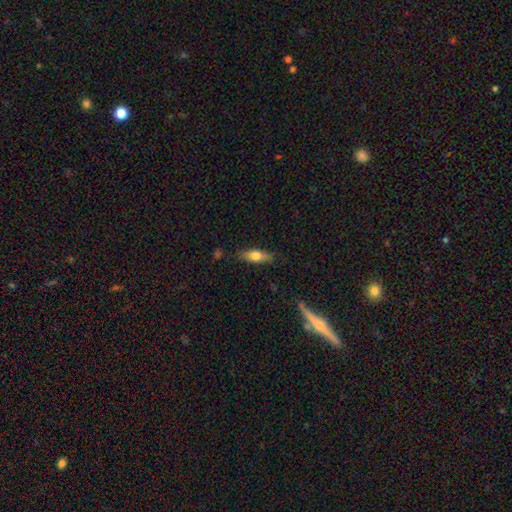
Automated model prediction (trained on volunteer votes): A smooth galaxy with no disk features (67%) that is in between round and cigar-shaped (58%).

Vote fractions:
- Smooth or featured? smooth: 67% / featured or disk: 26% / star or artifact: 7%
- How rounded? in between: 58% / cigar-shaped: 39% / round: 3%
- Merging? none: 81% / minor disturbance: 14% / major disturbance: 3% / merger: 2%